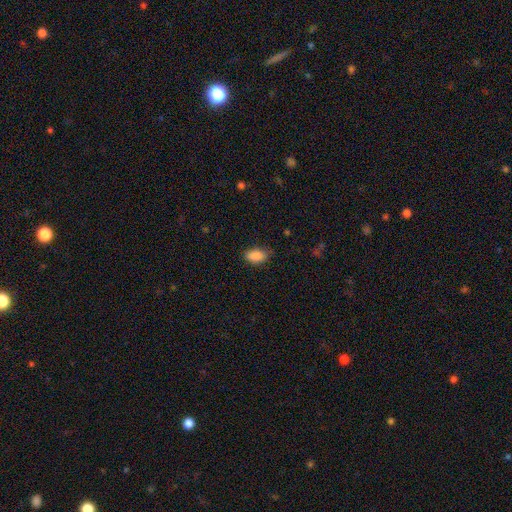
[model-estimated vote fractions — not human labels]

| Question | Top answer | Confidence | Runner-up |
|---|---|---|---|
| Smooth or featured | smooth | 89% | star or artifact (7%) |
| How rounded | in between | 91% | round (5%) |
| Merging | none | 75% | minor disturbance (20%) |